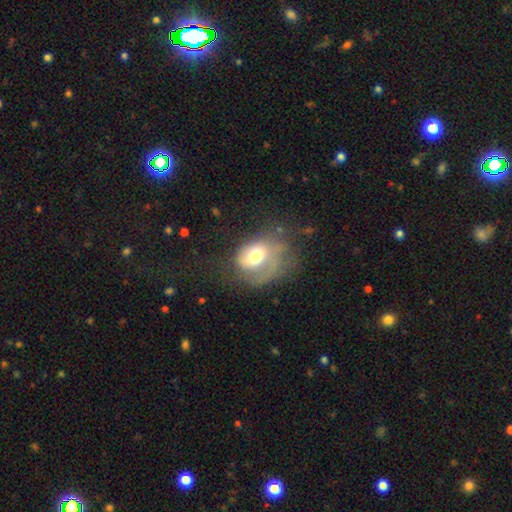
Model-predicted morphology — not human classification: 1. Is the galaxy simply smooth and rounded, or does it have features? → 50% smooth, 41% featured or disk, 9% star or artifact.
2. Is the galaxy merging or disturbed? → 41% major disturbance, 30% none, 26% minor disturbance, 3% merger.